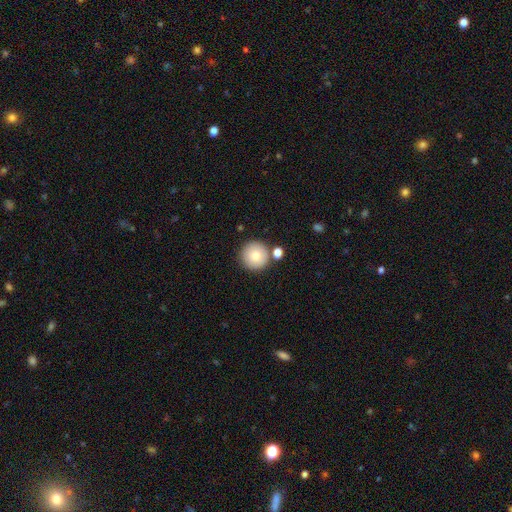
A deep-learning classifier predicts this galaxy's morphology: A smooth galaxy with no disk features (80%) that is round (96%). Merging: none (82%).